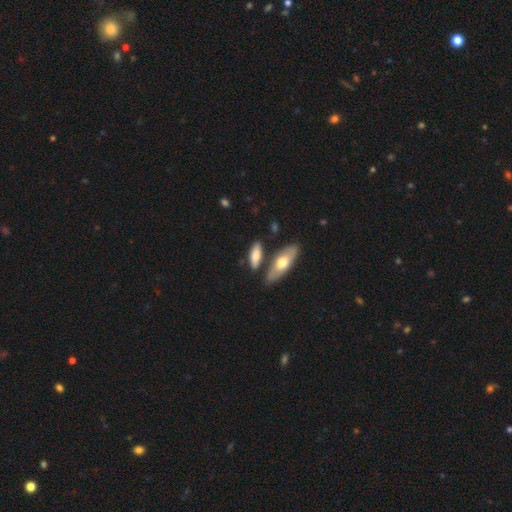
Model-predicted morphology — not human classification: This is likely a smooth galaxy (70%). How rounded: likely in between (64%). Merging: likely none (68%).